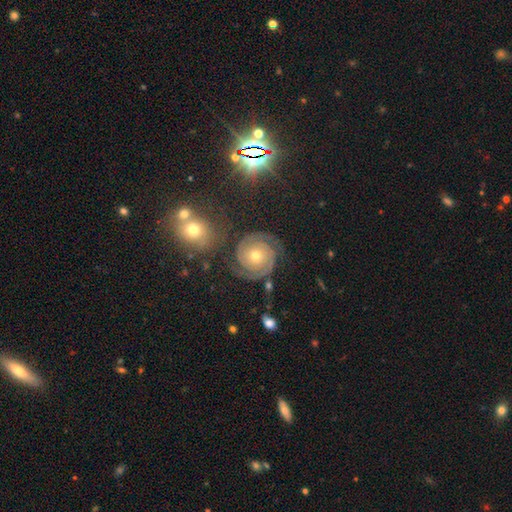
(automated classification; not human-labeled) Smooth or featured: featured or disk — 85% (star or artifact — 8%)
Edge-on disk: no — 98% (yes — 2%)
Bar: no — 80% (weak — 15%)
Spiral arms: yes — 97% (no — 3%)
Spiral winding: tight — 75% (medium — 21%)
Spiral arm count: 2 — 85% (3 — 5%)
Bulge size: moderate — 51% (small — 45%)
Merging: none — 79% (minor disturbance — 12%)